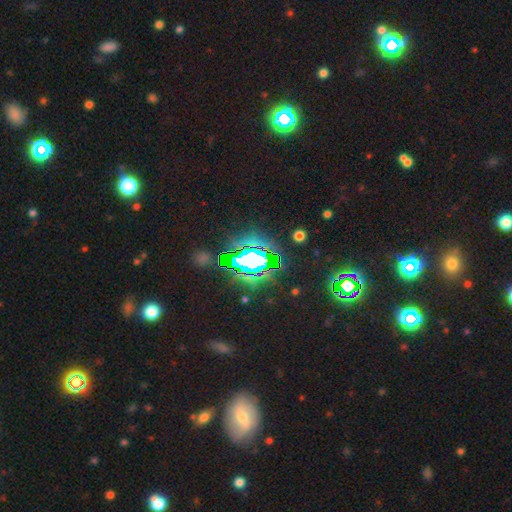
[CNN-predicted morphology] smooth-or-featured: star or artifact: 82% | smooth: 10% | featured or disk: 8%